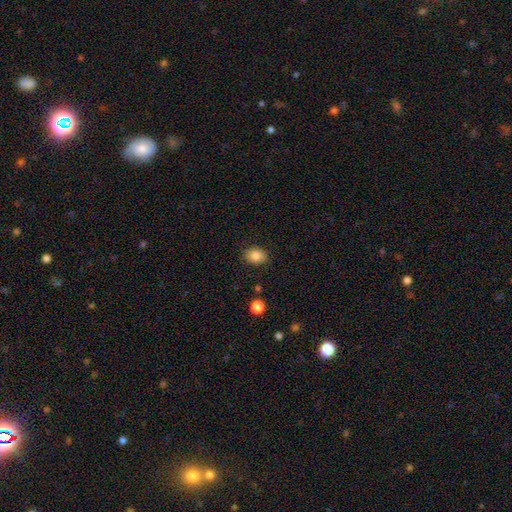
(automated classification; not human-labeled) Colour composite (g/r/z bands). It shows a smooth galaxy with no disk features (85%) that is in between round and cigar-shaped (66%). Merging: none (86%).